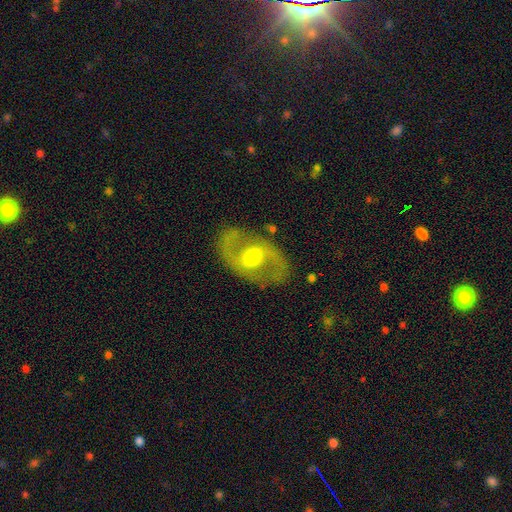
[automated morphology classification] This is clearly a featured or disk galaxy (83%). It is clearly not viewed edge-on (95%). Bar: possibly weak (46%). Spiral arm pattern: clearly yes (86%). Spiral arm count: clearly 2 (90%). Spiral winding: possibly medium (56%). Central bulge: likely moderate (63%). Merging: clearly none (81%).